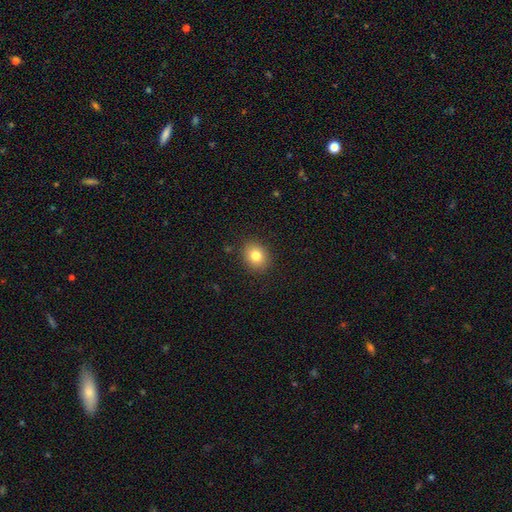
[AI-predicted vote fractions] smooth 81%, star or artifact 10%, featured or disk 9%. Down the decision tree: how rounded — round (63%); merging — none (89%).